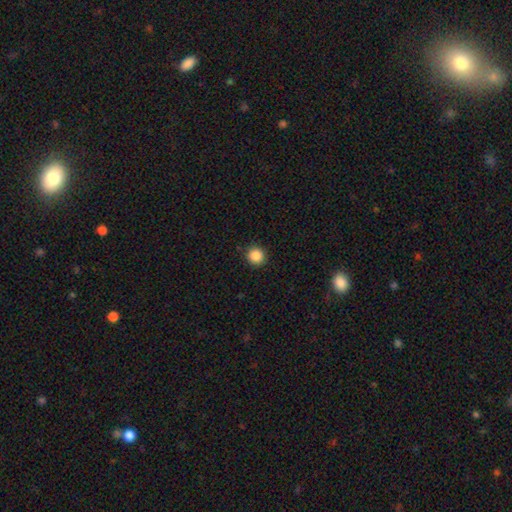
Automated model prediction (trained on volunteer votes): This appears to be a smooth galaxy with no disk features (87%) that is round (93%). Merging: none (91%).